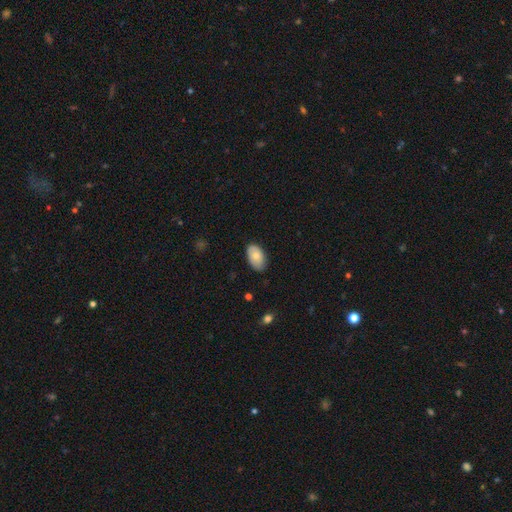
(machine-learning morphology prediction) A smooth galaxy with no disk features (76%) that is in between round and cigar-shaped (93%). Merging: none (78%).